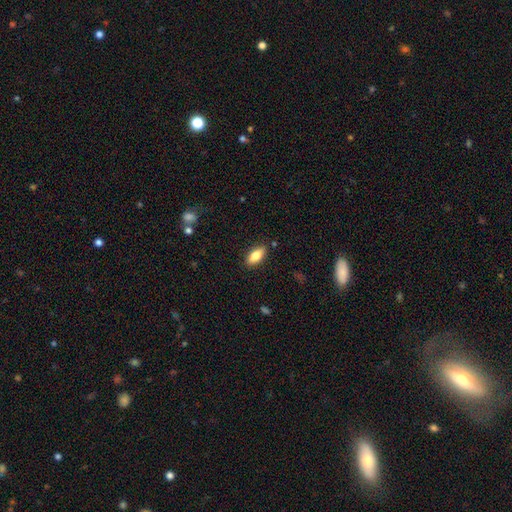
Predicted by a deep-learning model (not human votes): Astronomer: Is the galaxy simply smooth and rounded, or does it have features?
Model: smooth — 75%.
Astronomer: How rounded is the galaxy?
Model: in between — 82%.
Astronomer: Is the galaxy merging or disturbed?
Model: none — 87%.